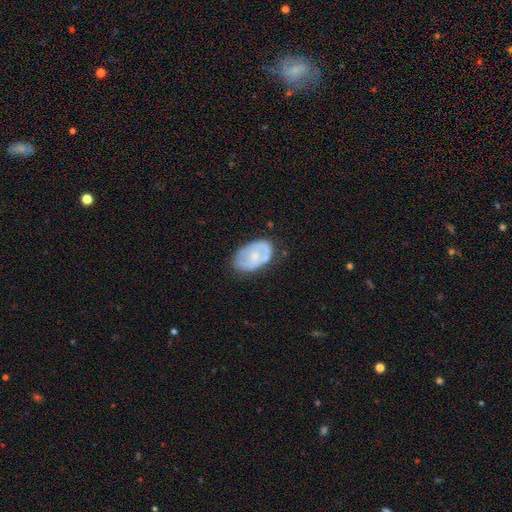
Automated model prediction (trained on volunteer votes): smooth-or-featured: featured or disk: 47% (tied) | smooth: 47% (tied) | star or artifact: 6%
  merging: none: 62% | minor disturbance: 26% | major disturbance: 9% | merger: 3%